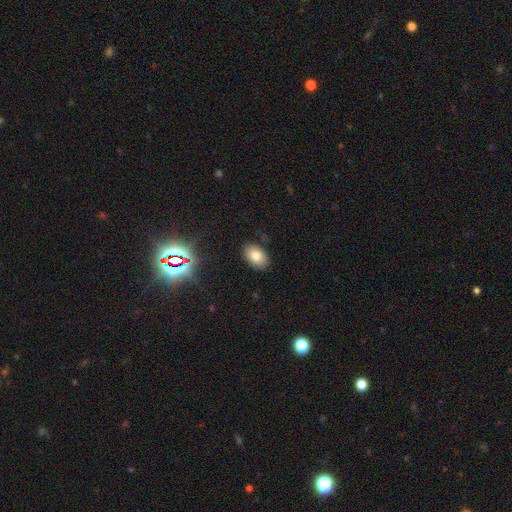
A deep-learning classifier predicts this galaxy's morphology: Smooth or featured: smooth — 79% (star or artifact — 11%)
How rounded: in between — 88% (round — 11%)
Merging: none — 86% (minor disturbance — 10%)